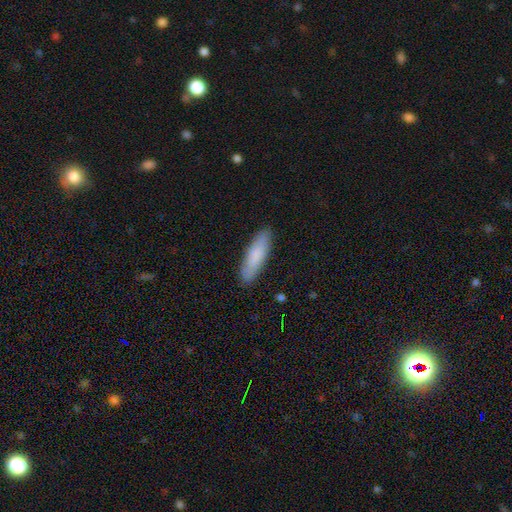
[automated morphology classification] The model was most divided on "how rounded": cigar-shaped: 60%, in between: 39%, round: 2%. More confident: merging — none (88%); smooth or featured — smooth (82%).